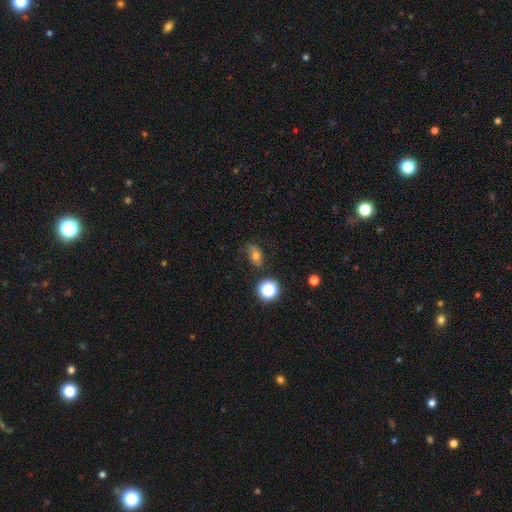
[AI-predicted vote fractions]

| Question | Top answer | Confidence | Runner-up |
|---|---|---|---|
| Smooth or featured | smooth | 61% | featured or disk (22%) |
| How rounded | in between | 71% | round (26%) |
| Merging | none | 60% | minor disturbance (26%) |